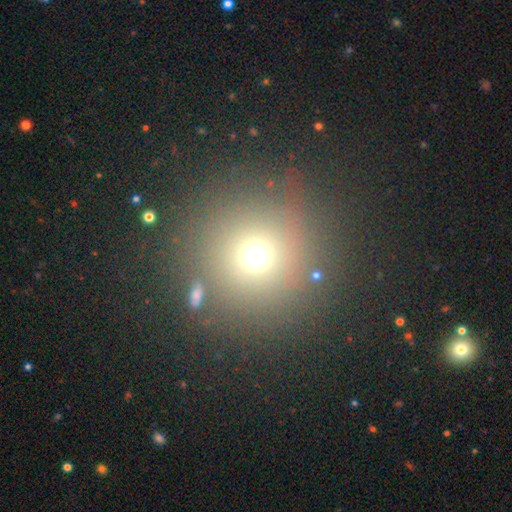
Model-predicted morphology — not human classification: Smooth or featured?
  - smooth: 69% *
  - star or artifact: 22%
  - featured or disk: 9%
How rounded?
  - round: 91% *
  - in between: 8%
  - cigar-shaped: 1%
Merging?
  - none: 77% *
  - minor disturbance: 9%
  - merger: 8%
  - major disturbance: 6%